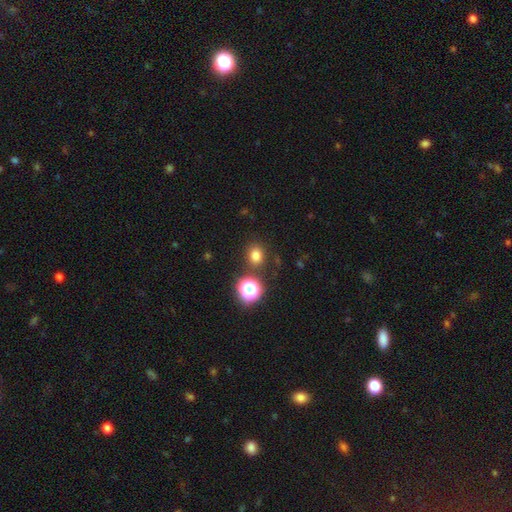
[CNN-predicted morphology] Smooth or featured?
  - smooth: 76% *
  - star or artifact: 18%
  - featured or disk: 6%
How rounded?
  - round: 66% *
  - in between: 33%
  - cigar-shaped: 1%
Merging?
  - none: 83% *
  - minor disturbance: 9%
  - merger: 5%
  - major disturbance: 3%